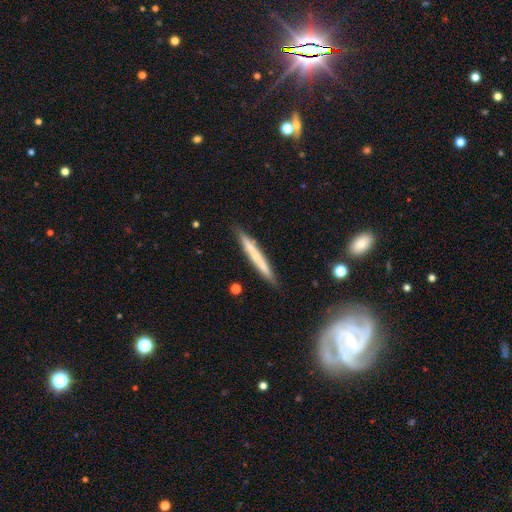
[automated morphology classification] smooth 50%, featured or disk 43%, star or artifact 6%. Down the decision tree: how rounded — cigar-shaped (96%); merging — none (86%).